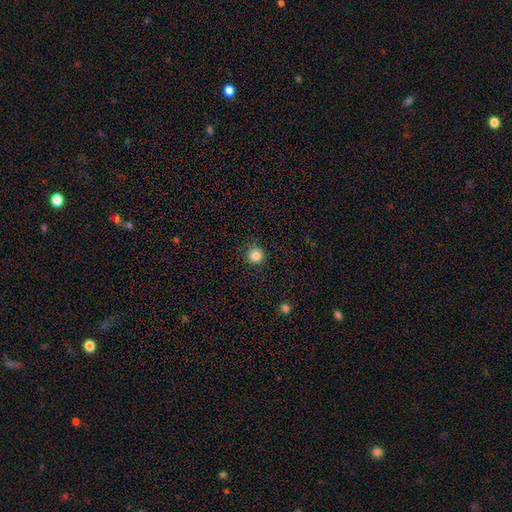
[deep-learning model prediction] Morphology: type=smooth (85%); roundness=round (95%); merging=none (90%).